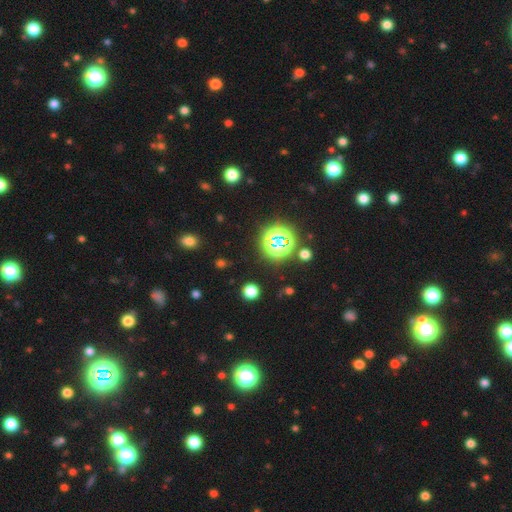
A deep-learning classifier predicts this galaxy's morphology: star or artifact 70%, smooth 24%, featured or disk 7%.